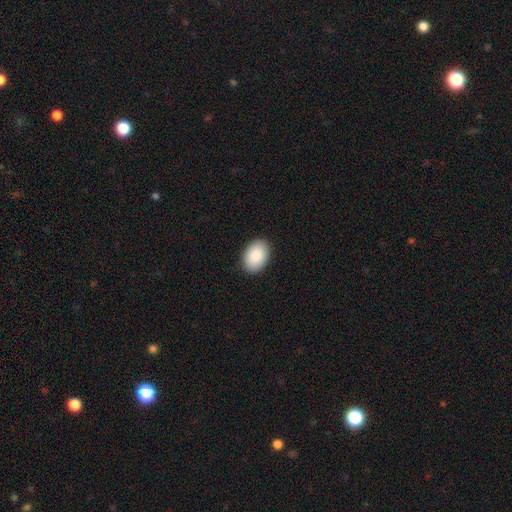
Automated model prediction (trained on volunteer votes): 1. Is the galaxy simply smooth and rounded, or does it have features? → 89% smooth, 6% star or artifact, 5% featured or disk.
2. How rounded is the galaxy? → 86% in between, 13% round, 1% cigar-shaped.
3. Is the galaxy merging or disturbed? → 90% none, 7% minor disturbance, 2% major disturbance, 1% merger.